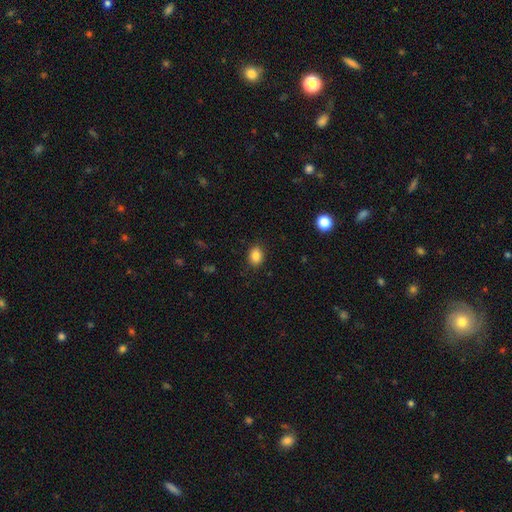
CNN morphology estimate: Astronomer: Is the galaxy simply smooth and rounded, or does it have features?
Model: smooth — 86%.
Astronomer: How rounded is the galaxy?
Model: in between — 61% (runner-up: round, 38%).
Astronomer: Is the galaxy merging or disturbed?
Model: none — 87%.